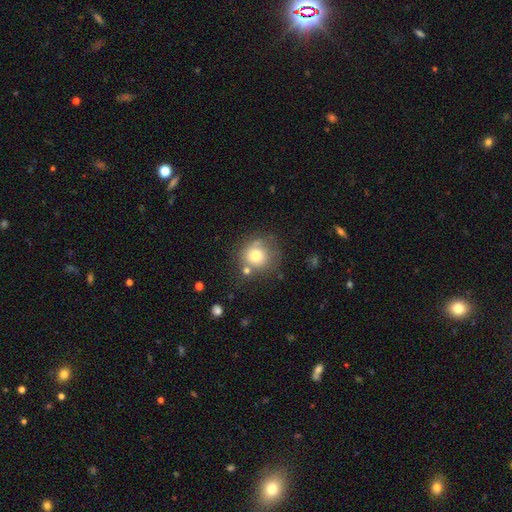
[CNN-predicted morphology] smooth 74%, featured or disk 15%, star or artifact 11%. Down the decision tree: how rounded — round (89%); merging — none (62%).